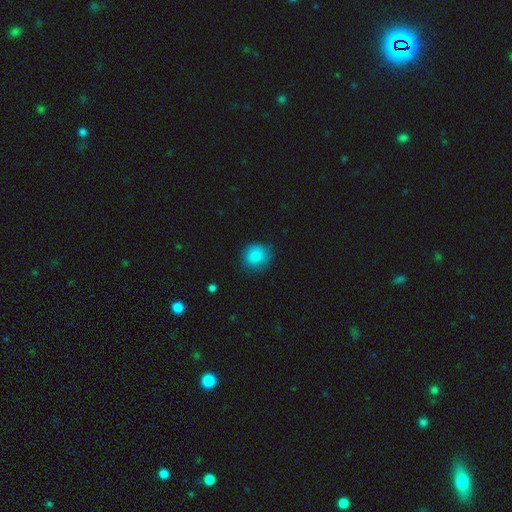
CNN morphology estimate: This is clearly a smooth galaxy (87%). How rounded: clearly round (85%). Merging: likely none (79%).